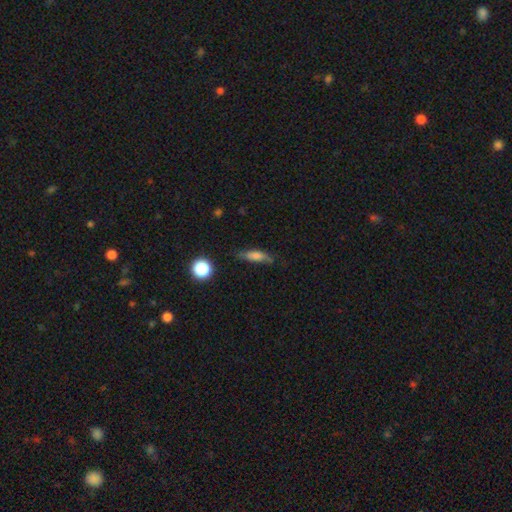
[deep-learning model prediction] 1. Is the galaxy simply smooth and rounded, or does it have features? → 65% smooth, 24% featured or disk, 10% star or artifact.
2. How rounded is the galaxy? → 59% cigar-shaped, 36% in between, 5% round.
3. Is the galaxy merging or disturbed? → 70% none, 22% minor disturbance, 5% major disturbance, 2% merger.